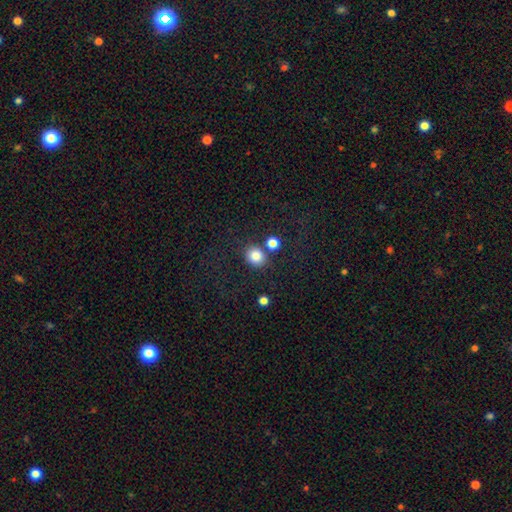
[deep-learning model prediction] A smooth galaxy with no disk features (84%) that is round (77%). Merging: none (73%).